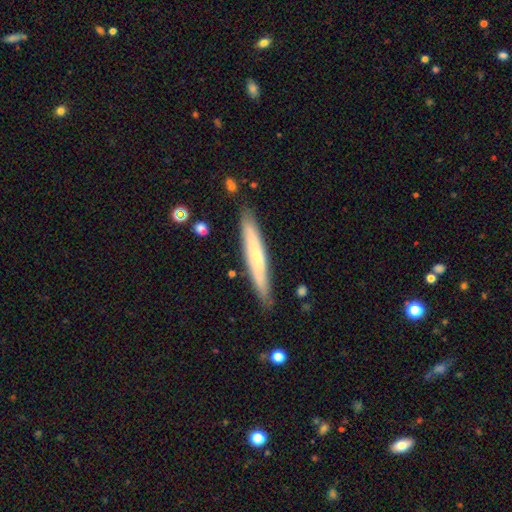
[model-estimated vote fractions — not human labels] Smooth or featured?
  - smooth: 52% *
  - featured or disk: 43%
  - star or artifact: 5%
How rounded?
  - cigar-shaped: 94% *
  - in between: 5%
  - round: 1%
Merging?
  - none: 86% *
  - minor disturbance: 10%
  - major disturbance: 2%
  - merger: 2%